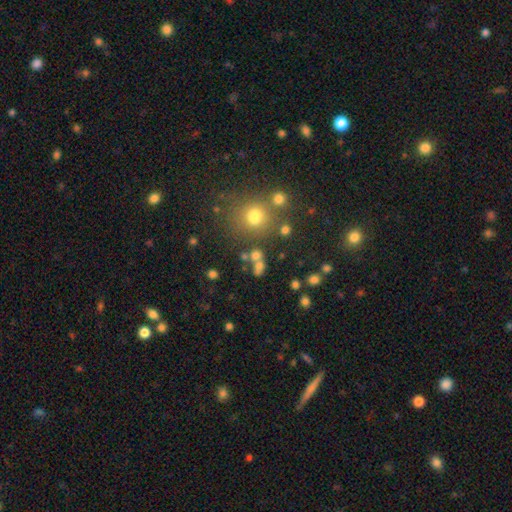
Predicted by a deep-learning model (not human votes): Smooth or featured: smooth — 65% (star or artifact — 22%)
How rounded: round — 63% (in between — 35%)
Merging: none — 53% (merger — 30%)